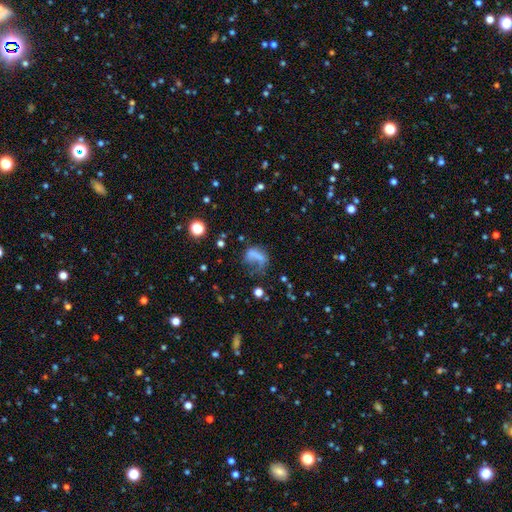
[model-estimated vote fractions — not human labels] Q: Smooth or featured?
A: smooth (54%); runner-up: featured or disk (30%)
Q: How rounded?
A: in between (68%); runner-up: round (25%)
Q: Merging?
A: major disturbance (47%); runner-up: none (26%)